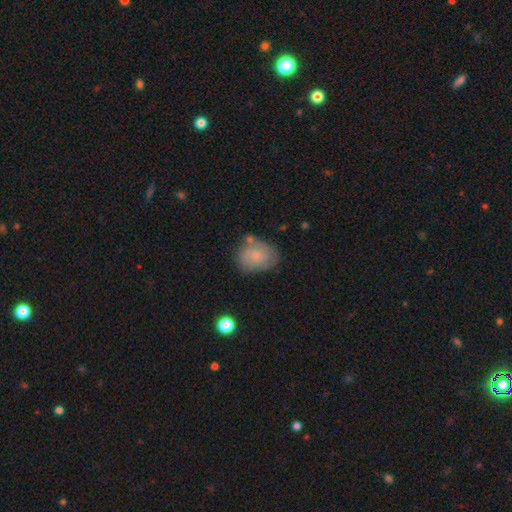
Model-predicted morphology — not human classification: Smooth or featured: smooth — 62% (featured or disk — 30%)
How rounded: in between — 51% (round — 48%)
Merging: none — 61% (minor disturbance — 23%)